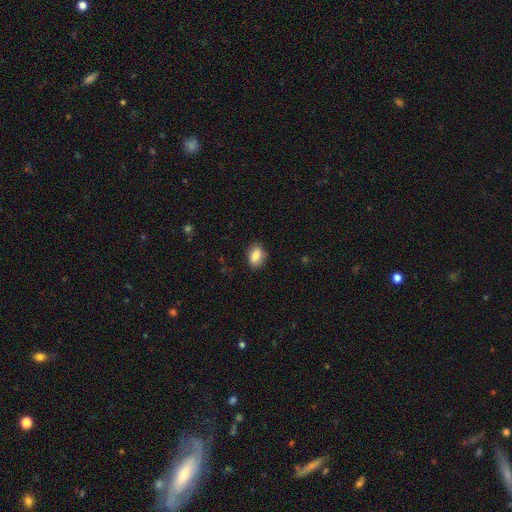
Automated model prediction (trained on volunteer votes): Smooth or featured: smooth — 84% (featured or disk — 8%)
How rounded: in between — 80% (round — 17%)
Merging: none — 82% (minor disturbance — 14%)